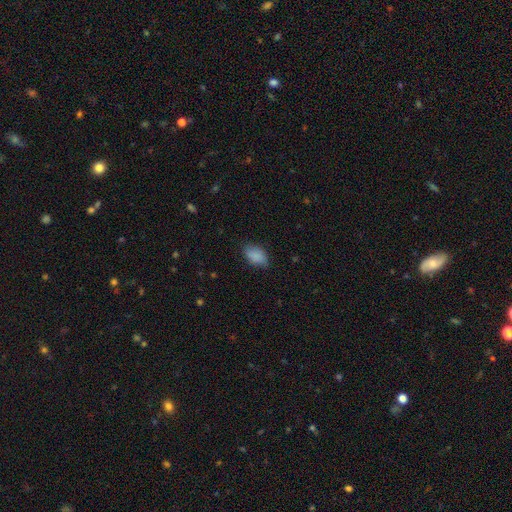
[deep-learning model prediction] Smooth or featured? smooth (87%)
How rounded? in between (90%)
Merging? none (76%)